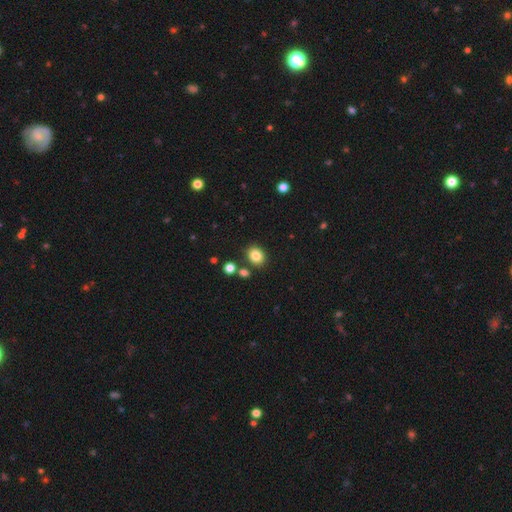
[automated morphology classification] Overall: smooth (84%). How rounded: round (53%; in between 46%). Merging: none (82%).